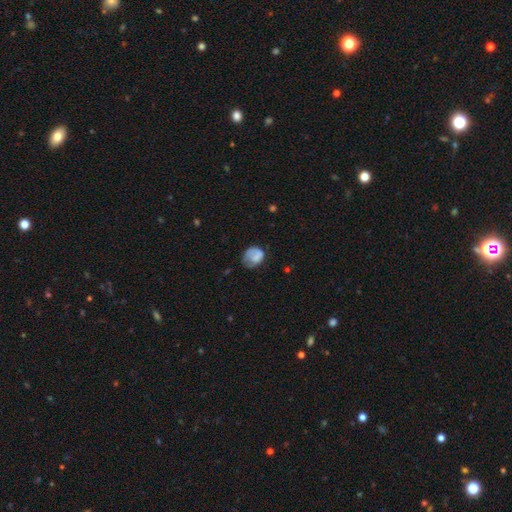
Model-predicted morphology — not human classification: smooth_or_featured: smooth (p=0.67) [alt: featured or disk p=0.23]
how_rounded: round (p=0.58) [alt: in between p=0.41]
merging: none (p=0.40) [alt: minor disturbance p=0.32]